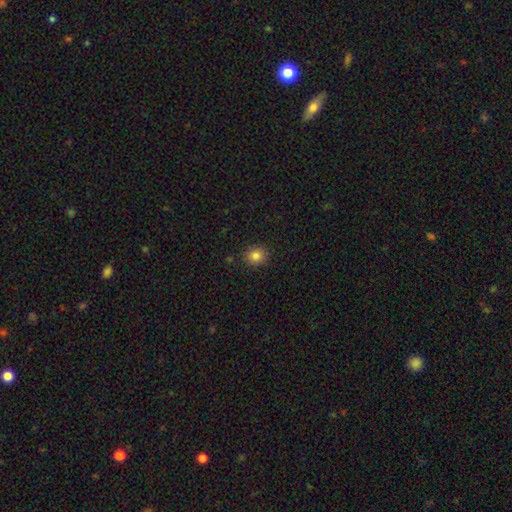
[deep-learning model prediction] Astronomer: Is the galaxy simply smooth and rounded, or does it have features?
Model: smooth — 83%.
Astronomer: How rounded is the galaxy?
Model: round — 82%.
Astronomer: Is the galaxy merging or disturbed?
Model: none — 89%.